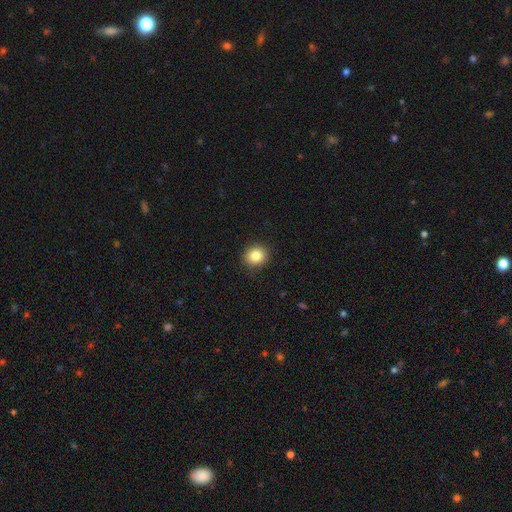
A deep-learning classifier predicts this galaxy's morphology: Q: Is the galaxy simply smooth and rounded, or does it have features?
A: smooth — 84%.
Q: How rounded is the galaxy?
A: round — 83%.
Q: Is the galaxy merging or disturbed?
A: none — 89%.